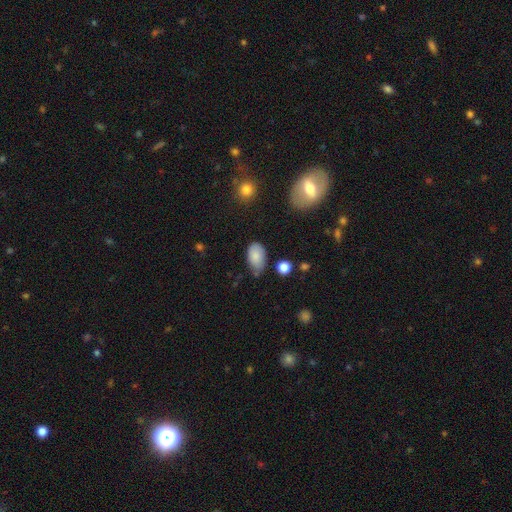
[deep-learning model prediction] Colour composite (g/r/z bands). It shows a smooth galaxy with no disk features (84%) that is in between round and cigar-shaped (92%). Merging: none (54%).